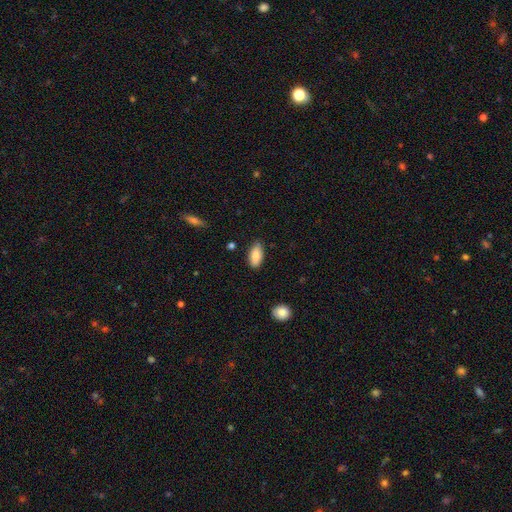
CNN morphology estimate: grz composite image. It shows a smooth galaxy with no disk features (85%) that is in between round and cigar-shaped (90%). Merging: none (82%).